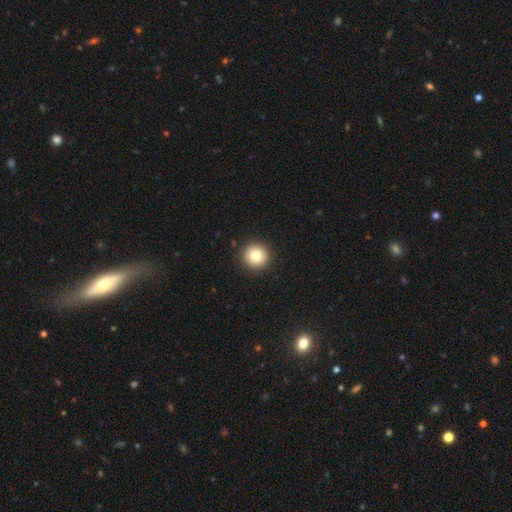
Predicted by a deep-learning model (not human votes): A smooth galaxy with no disk features (82%) that is round (95%).

Vote fractions:
- Smooth or featured? smooth: 82% / star or artifact: 10% / featured or disk: 8%
- How rounded? round: 95% / in between: 4% / cigar-shaped: 1%
- Merging? none: 93% / minor disturbance: 5% / major disturbance: 2% / merger: 1%